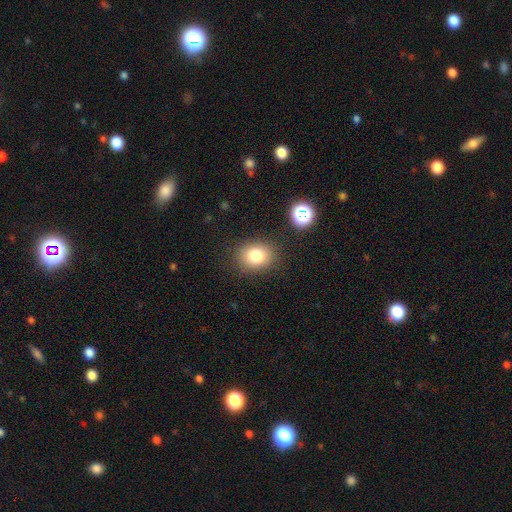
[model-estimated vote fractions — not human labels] smooth 80%, star or artifact 12%, featured or disk 8%. Down the decision tree: how rounded — round (55%); merging — none (85%).